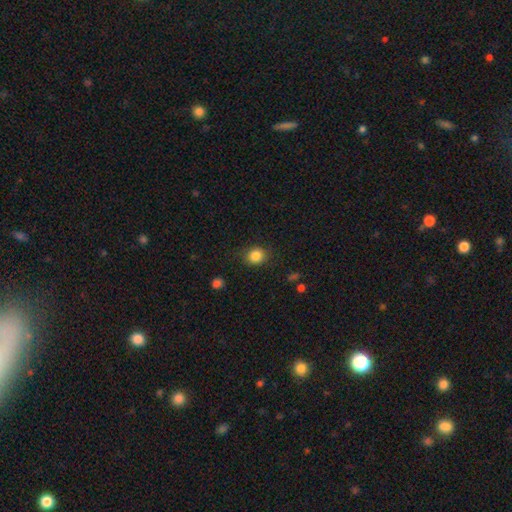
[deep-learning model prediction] Smooth or featured? smooth (85%)
How rounded? round (73%)
Merging? none (82%)